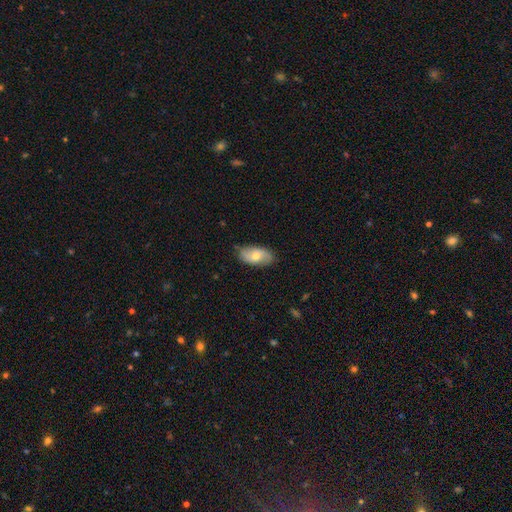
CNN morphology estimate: smooth-or-featured: smooth: 56% | featured or disk: 37% | star or artifact: 6%
  how-rounded: in between: 92% | round: 4% | cigar-shaped: 4%
  merging: none: 78% | minor disturbance: 17% | major disturbance: 3% | merger: 1%